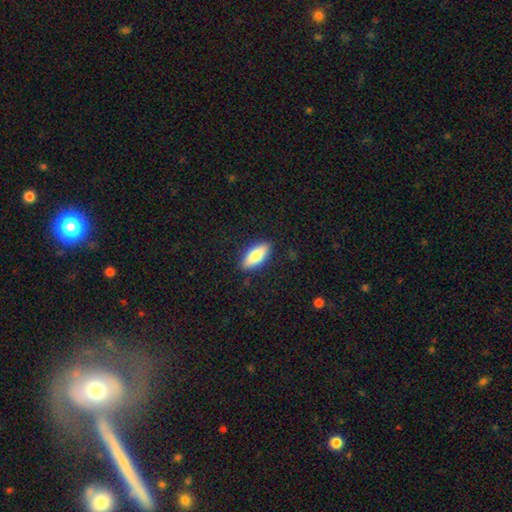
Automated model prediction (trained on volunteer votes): Q: Smooth or featured?
A: smooth (71%); runner-up: featured or disk (23%)
Q: How rounded?
A: in between (71%); runner-up: cigar-shaped (26%)
Q: Merging?
A: none (88%); runner-up: minor disturbance (9%)